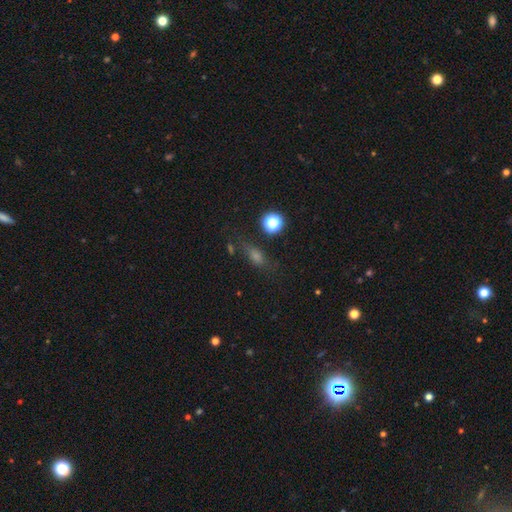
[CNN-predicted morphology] type=smooth (49%); merging=none (69%).